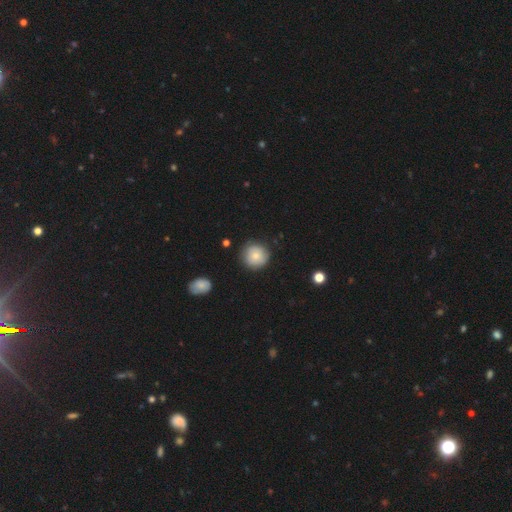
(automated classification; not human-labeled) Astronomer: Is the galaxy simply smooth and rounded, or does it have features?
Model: smooth — 80%.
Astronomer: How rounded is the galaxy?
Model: round — 94%.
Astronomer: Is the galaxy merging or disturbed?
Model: none — 84%.